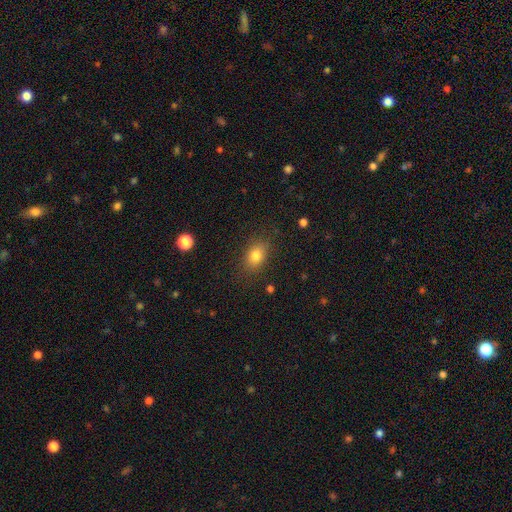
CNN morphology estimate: Smooth or featured?
  - smooth: 80% *
  - star or artifact: 11%
  - featured or disk: 9%
How rounded?
  - in between: 77% *
  - round: 21%
  - cigar-shaped: 2%
Merging?
  - none: 81% *
  - minor disturbance: 13%
  - major disturbance: 4%
  - merger: 1%